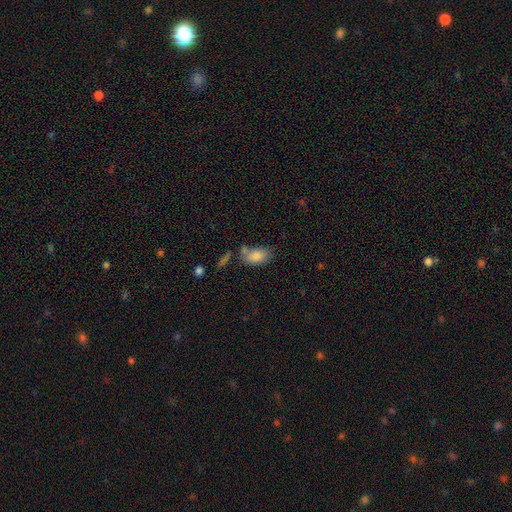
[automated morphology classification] Smooth or featured?
  - smooth: 83% *
  - featured or disk: 10%
  - star or artifact: 8%
How rounded?
  - in between: 91% *
  - round: 7%
  - cigar-shaped: 2%
Merging?
  - none: 53% *
  - minor disturbance: 20%
  - merger: 19%
  - major disturbance: 7%